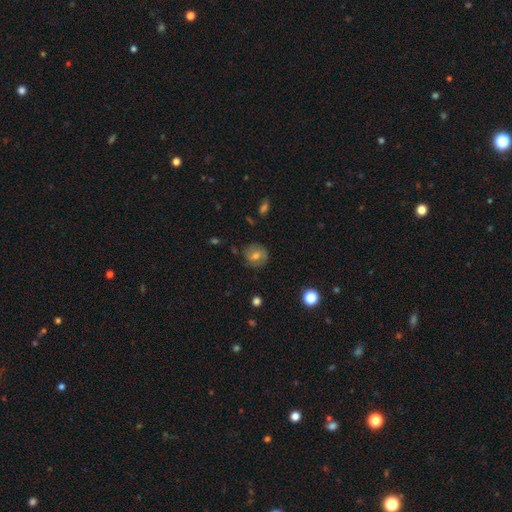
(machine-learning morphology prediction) A smooth galaxy with no disk features (53%) that is round (76%). Merging: none (79%).